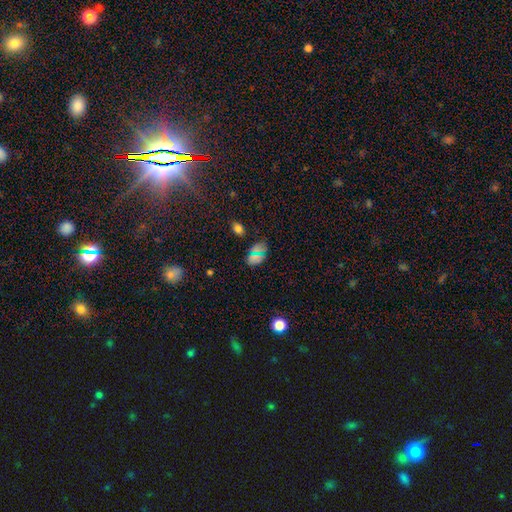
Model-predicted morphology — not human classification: Smooth or featured?
  - smooth: 64% *
  - star or artifact: 28%
  - featured or disk: 8%
How rounded?
  - in between: 81% *
  - round: 15%
  - cigar-shaped: 3%
Merging?
  - none: 77% *
  - minor disturbance: 15%
  - major disturbance: 5%
  - merger: 4%